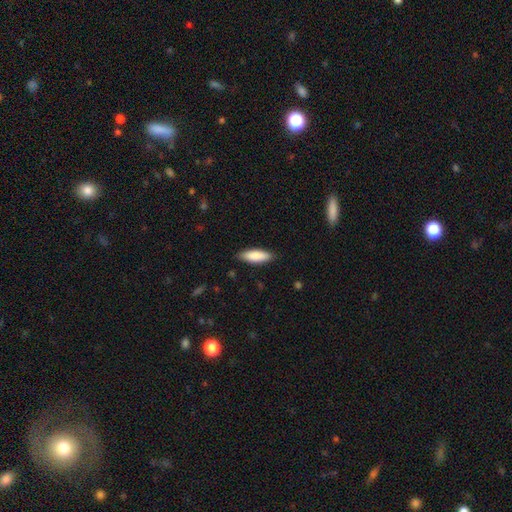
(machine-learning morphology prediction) Smooth or featured?
  - smooth: 85% *
  - featured or disk: 9%
  - star or artifact: 5%
How rounded?
  - in between: 56% *
  - cigar-shaped: 42%
  - round: 2%
Merging?
  - none: 84% *
  - minor disturbance: 13%
  - major disturbance: 2%
  - merger: 1%